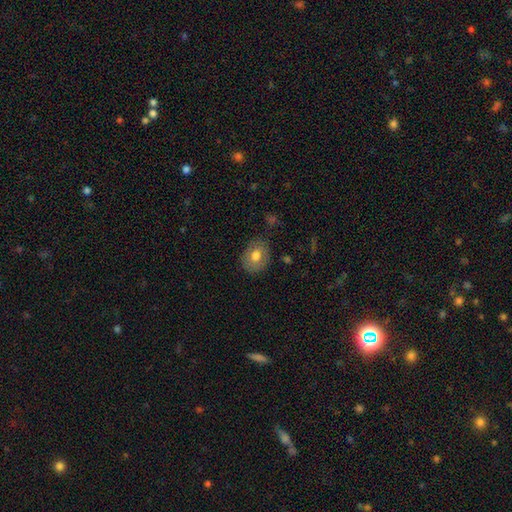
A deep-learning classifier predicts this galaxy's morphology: This appears to be a smooth galaxy with no disk features (68%) that is round (50%). Merging: none (79%).